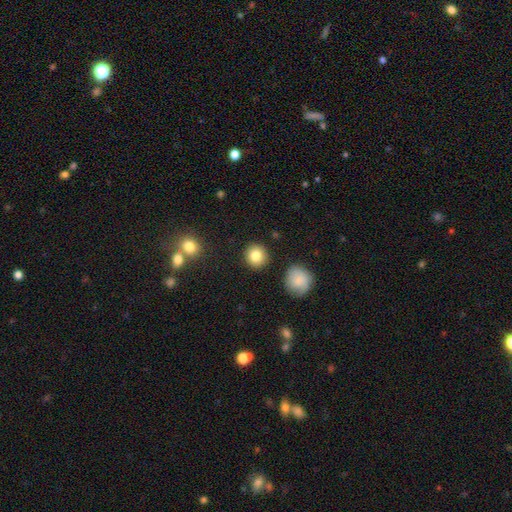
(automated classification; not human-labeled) A smooth galaxy with no disk features (84%) that is round (90%).

Vote fractions:
- Smooth or featured? smooth: 84% / star or artifact: 9% / featured or disk: 7%
- How rounded? round: 90% / in between: 9% / cigar-shaped: 1%
- Merging? none: 89% / minor disturbance: 6% / merger: 2% / major disturbance: 2%